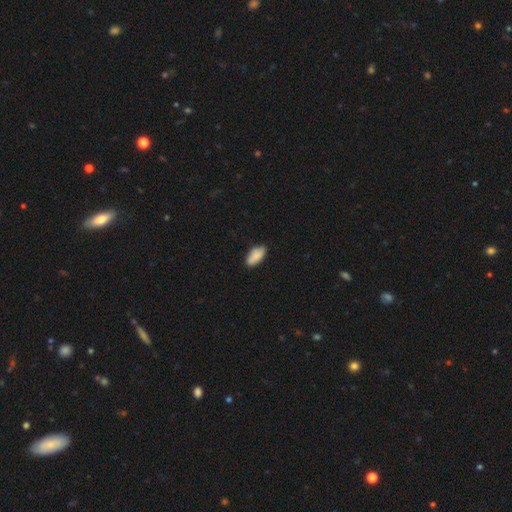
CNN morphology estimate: smooth_or_featured: smooth (p=0.87) [alt: featured or disk p=0.07]
how_rounded: in between (p=0.92) [alt: cigar-shaped p=0.06]
merging: none (p=0.82) [alt: minor disturbance p=0.15]